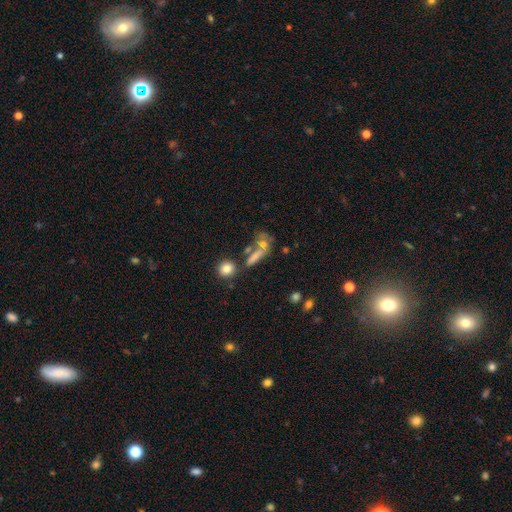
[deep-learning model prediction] Morphology: type=smooth (63%); roundness=cigar-shaped (45%); merging=none (45%).